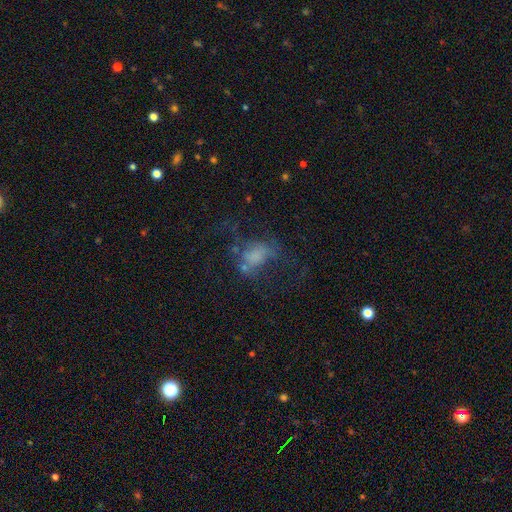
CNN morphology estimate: Q: Smooth or featured?
A: smooth (43%); runner-up: featured or disk (39%)
Q: Merging?
A: major disturbance (40%); runner-up: none (35%)